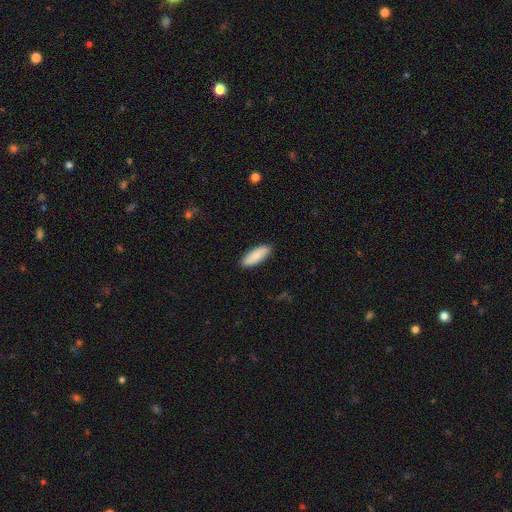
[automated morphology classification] Smooth or featured?
  - smooth: 80% *
  - featured or disk: 15%
  - star or artifact: 5%
How rounded?
  - in between: 70% *
  - cigar-shaped: 28%
  - round: 2%
Merging?
  - none: 89% *
  - minor disturbance: 9%
  - major disturbance: 2%
  - merger: 1%